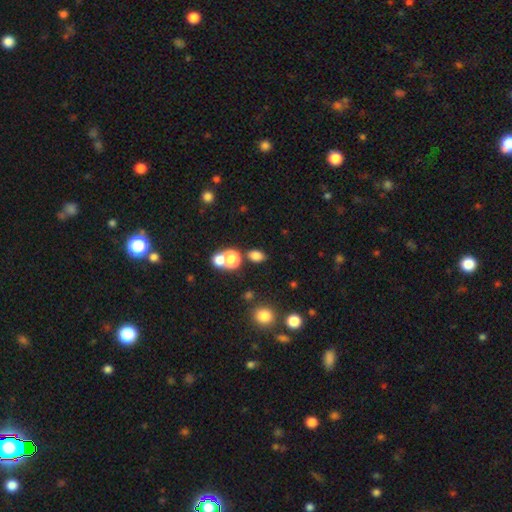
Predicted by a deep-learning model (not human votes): smooth-or-featured: smooth: 76% | star or artifact: 17% | featured or disk: 6%
  how-rounded: in between: 66% | round: 32% | cigar-shaped: 1%
  merging: none: 71% | merger: 13% | minor disturbance: 11% | major disturbance: 4%